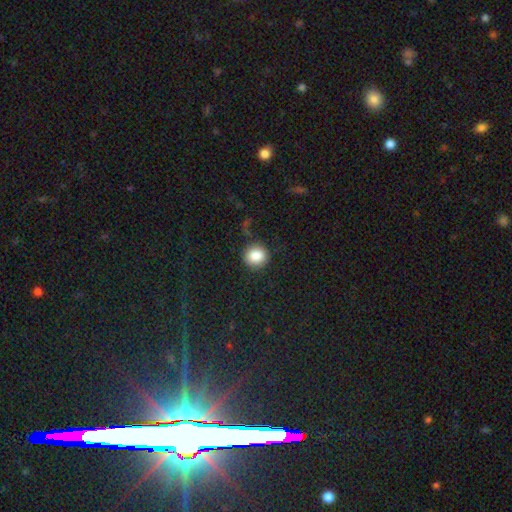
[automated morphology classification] Smooth or featured? Predicted: smooth (p=0.87). How rounded? Predicted: round (p=0.90). Merging? Predicted: none (p=0.87).